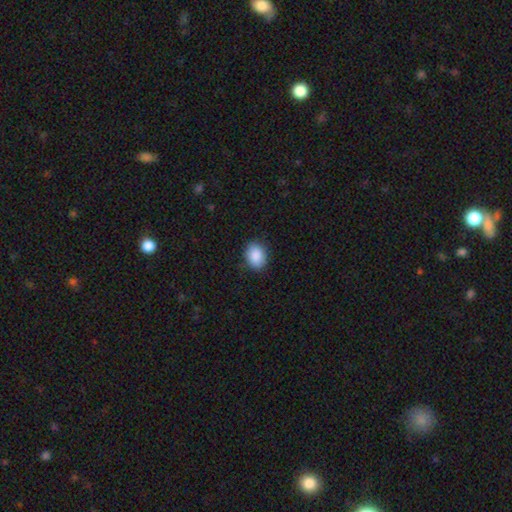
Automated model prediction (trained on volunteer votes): Morphology: type=smooth (89%); roundness=in between (64%); merging=none (86%).